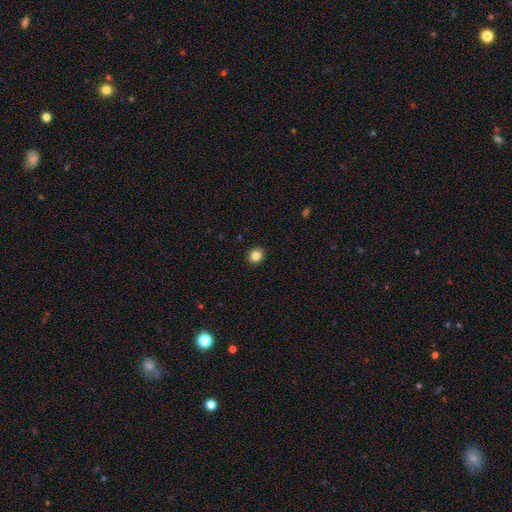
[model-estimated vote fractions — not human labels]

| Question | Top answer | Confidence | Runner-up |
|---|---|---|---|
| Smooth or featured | smooth | 84% | star or artifact (11%) |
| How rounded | round | 90% | in between (9%) |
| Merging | none | 93% | minor disturbance (4%) |